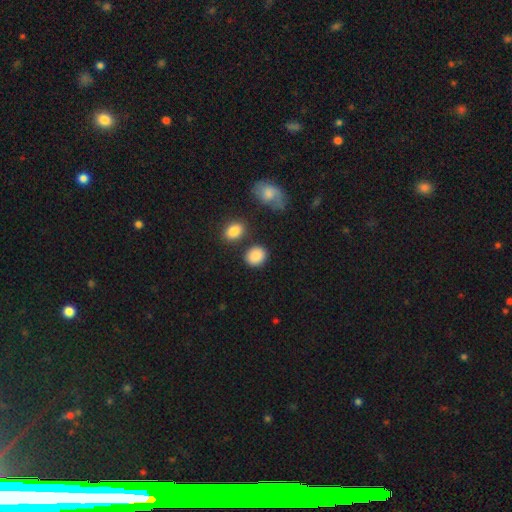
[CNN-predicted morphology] smooth-or-featured: smooth: 88% | star or artifact: 7% | featured or disk: 4%
  how-rounded: round: 56% | in between: 43% | cigar-shaped: 1%
  merging: none: 79% | minor disturbance: 12% | merger: 5% | major disturbance: 4%